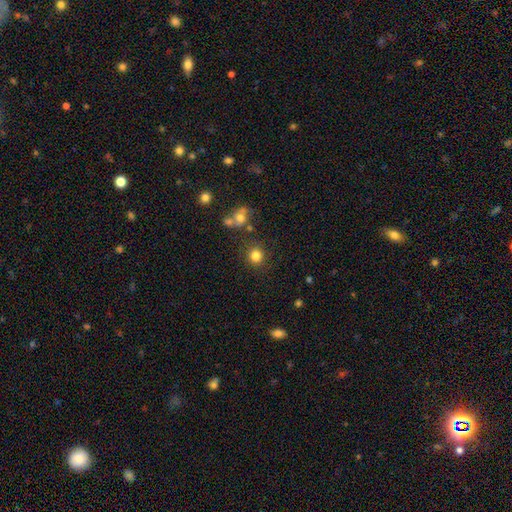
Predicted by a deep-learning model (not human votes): Smooth or featured: smooth — 81% (star or artifact — 12%)
How rounded: round — 89% (in between — 10%)
Merging: none — 82% (minor disturbance — 9%)